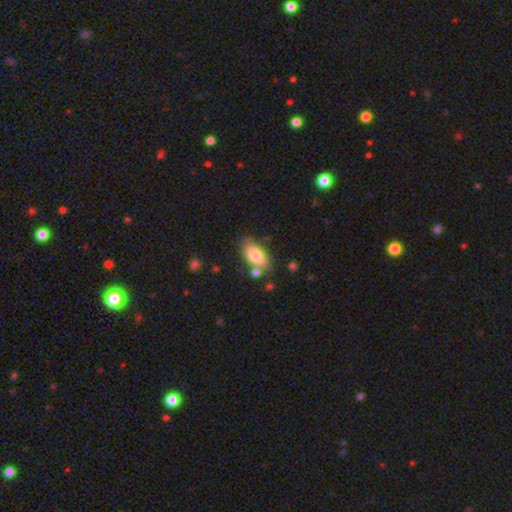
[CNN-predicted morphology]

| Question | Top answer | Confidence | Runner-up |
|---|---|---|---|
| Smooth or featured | smooth | 78% | featured or disk (15%) |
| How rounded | in between | 91% | cigar-shaped (4%) |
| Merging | none | 73% | minor disturbance (15%) |